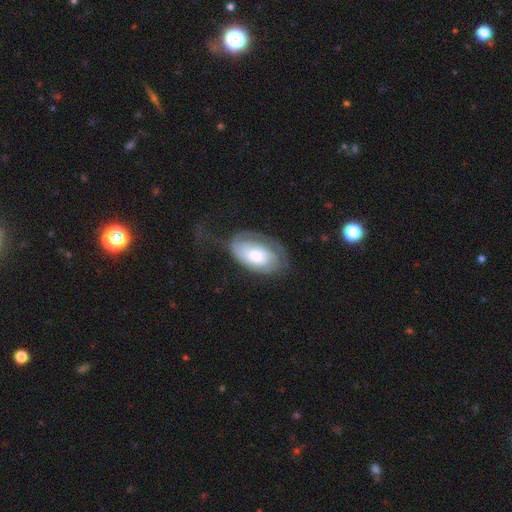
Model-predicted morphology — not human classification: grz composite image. It shows a featured or disk galaxy (65%) with no bar (72%), 2 (41%) tight (55%) spiral arms (86%) and a moderate central bulge (46%). Merging: none (52%).